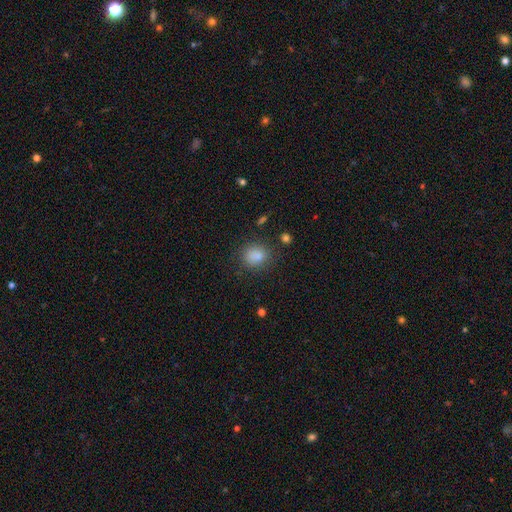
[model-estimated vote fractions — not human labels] A smooth galaxy with no disk features (84%) that is round (65%).

Vote fractions:
- Smooth or featured? smooth: 84% / star or artifact: 11% / featured or disk: 5%
- How rounded? round: 65% / in between: 34% / cigar-shaped: 1%
- Merging? none: 79% / minor disturbance: 13% / major disturbance: 5% / merger: 3%